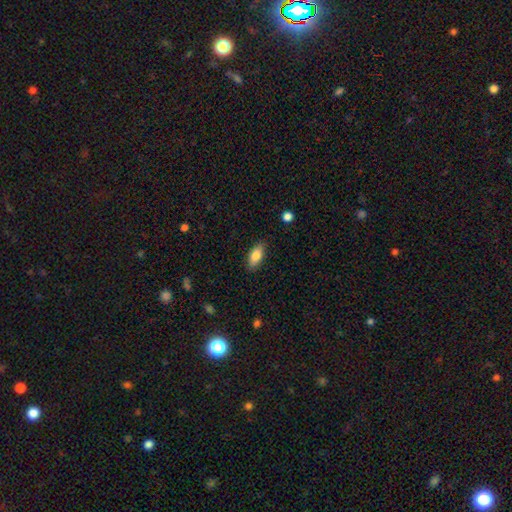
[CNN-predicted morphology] This is clearly a smooth galaxy (82%). How rounded: clearly in between (85%). Merging: clearly none (87%).